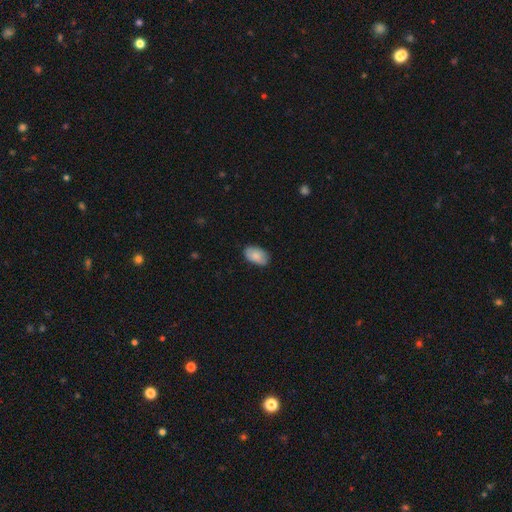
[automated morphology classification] A smooth galaxy with no disk features (83%) that is in between round and cigar-shaped (92%). Merging: none (83%).